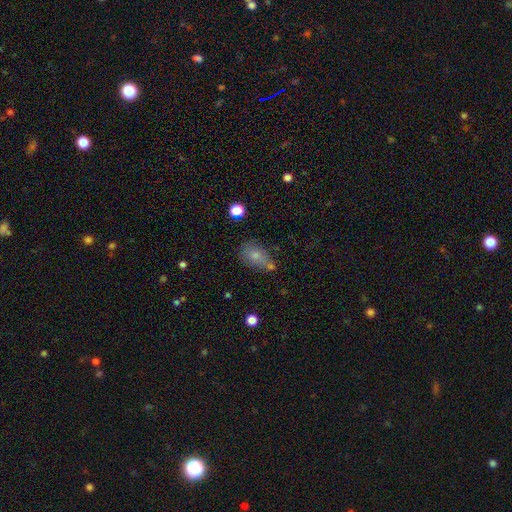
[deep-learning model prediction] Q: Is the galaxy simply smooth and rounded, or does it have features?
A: smooth — 75%.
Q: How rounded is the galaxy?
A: in between — 78%.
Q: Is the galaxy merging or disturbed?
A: none — 49%.